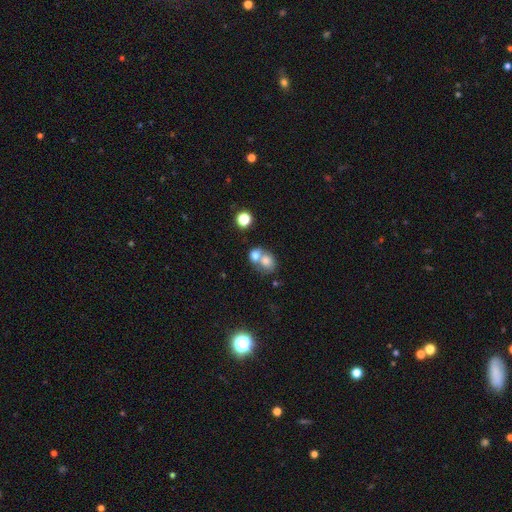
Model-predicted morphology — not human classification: The model was most divided on "how rounded": round: 57%, in between: 42%, cigar-shaped: 1%. More confident: smooth or featured — smooth (73%); merging — merger (65%).